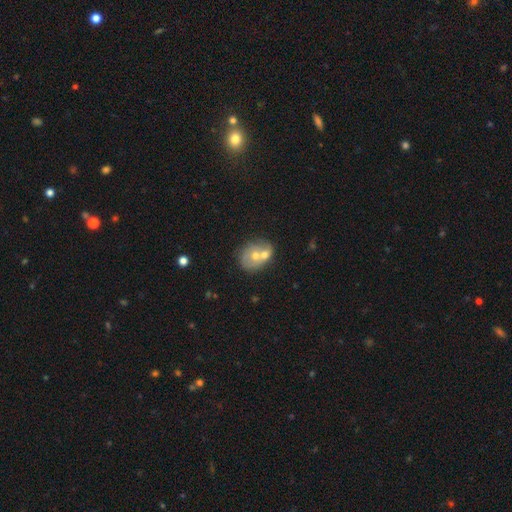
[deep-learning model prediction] Q: Smooth or featured?
A: smooth (49%); runner-up: featured or disk (43%)
Q: Merging?
A: merger (59%); runner-up: none (26%)